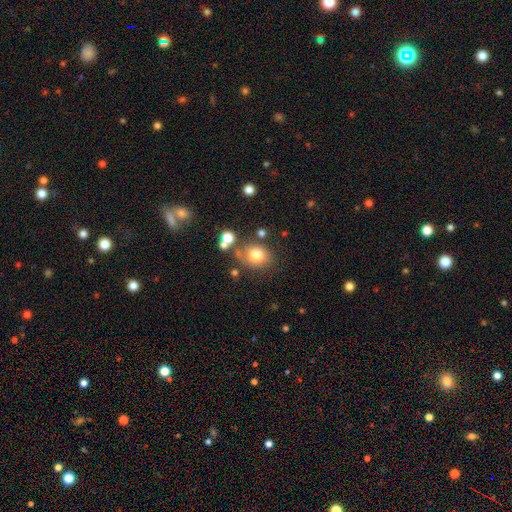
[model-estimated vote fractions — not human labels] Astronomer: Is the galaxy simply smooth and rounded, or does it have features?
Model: smooth — 76%.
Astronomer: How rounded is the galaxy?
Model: round — 65%.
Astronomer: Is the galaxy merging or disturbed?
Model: none — 62%.